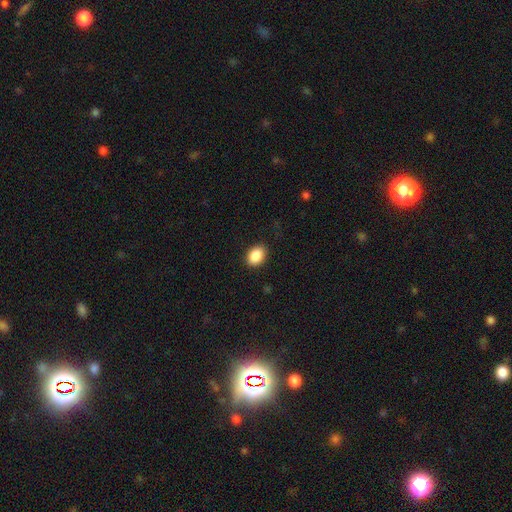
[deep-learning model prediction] Smooth or featured? smooth (89%)
How rounded? in between (75%)
Merging? none (88%)